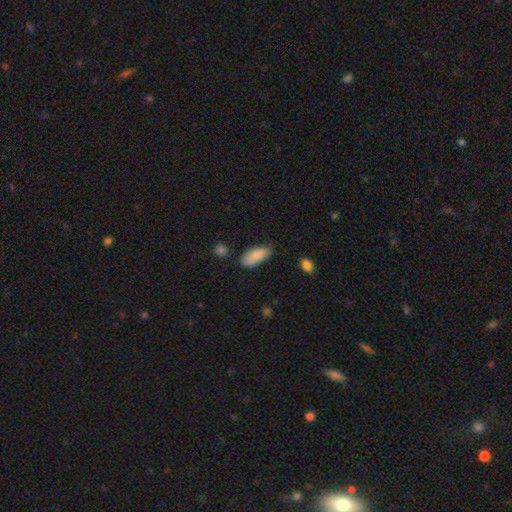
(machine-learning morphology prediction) Q: Smooth or featured?
A: smooth (88%); runner-up: star or artifact (6%)
Q: How rounded?
A: in between (84%); runner-up: cigar-shaped (14%)
Q: Merging?
A: none (71%); runner-up: minor disturbance (22%)